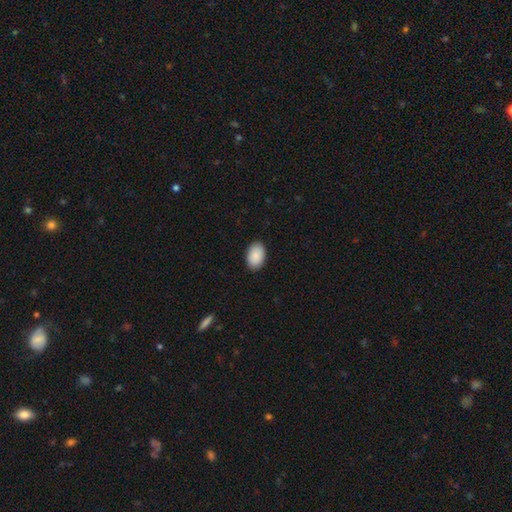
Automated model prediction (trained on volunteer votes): Q: Smooth or featured?
A: smooth (91%); runner-up: star or artifact (6%)
Q: How rounded?
A: in between (92%); runner-up: round (7%)
Q: Merging?
A: none (89%); runner-up: minor disturbance (8%)